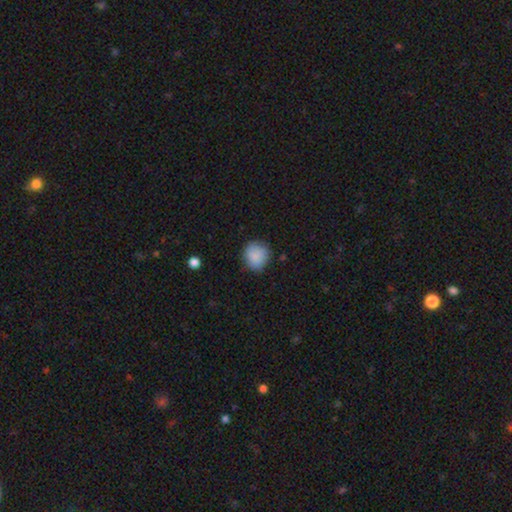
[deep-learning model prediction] Overall: smooth (87%). How rounded: round (83%). Merging: none (77%).